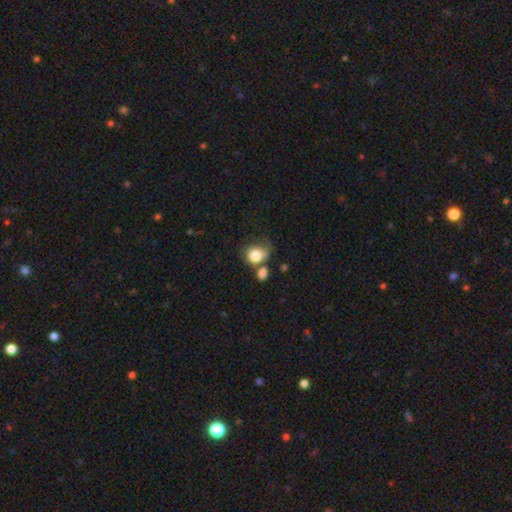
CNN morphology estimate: Smooth or featured? Predicted: smooth (p=0.79). How rounded? Predicted: round (p=0.57). Merging? Predicted: merger (p=0.33).